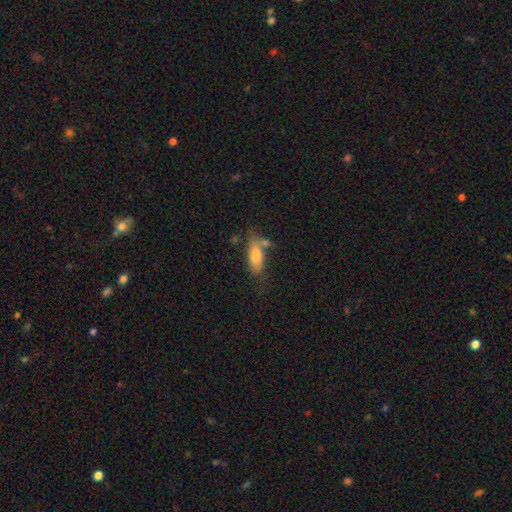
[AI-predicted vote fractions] smooth-or-featured: smooth: 73% | featured or disk: 20% | star or artifact: 8%
  how-rounded: in between: 78% | cigar-shaped: 18% | round: 3%
  merging: none: 47% | minor disturbance: 22% | merger: 20% | major disturbance: 11%